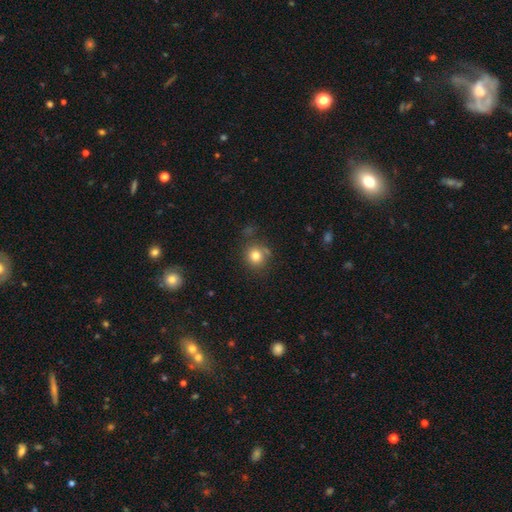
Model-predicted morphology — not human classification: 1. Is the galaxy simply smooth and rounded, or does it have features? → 80% smooth, 12% star or artifact, 8% featured or disk.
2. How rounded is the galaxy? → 87% round, 12% in between, 1% cigar-shaped.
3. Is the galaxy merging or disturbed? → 74% none, 15% minor disturbance, 6% merger, 5% major disturbance.